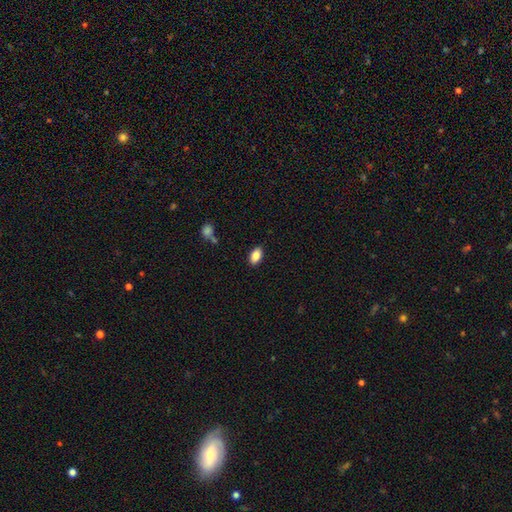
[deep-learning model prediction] smooth_or_featured: smooth (p=0.86) [alt: star or artifact p=0.08]
how_rounded: in between (p=0.92) [alt: round p=0.05]
merging: none (p=0.87) [alt: minor disturbance p=0.09]